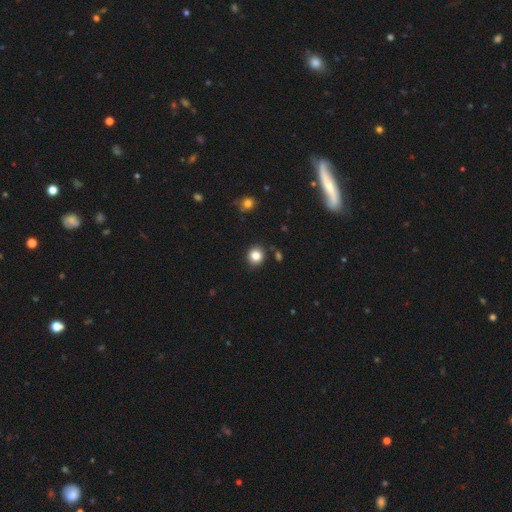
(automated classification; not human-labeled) smooth-or-featured: smooth: 83% | star or artifact: 11% | featured or disk: 6%
  how-rounded: round: 84% | in between: 15% | cigar-shaped: 1%
  merging: none: 88% | minor disturbance: 8% | merger: 2% | major disturbance: 2%